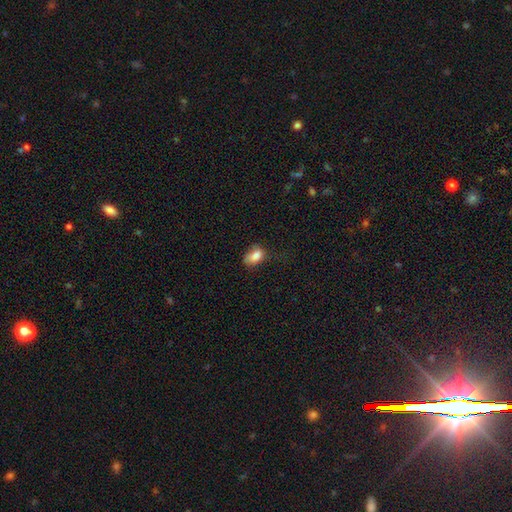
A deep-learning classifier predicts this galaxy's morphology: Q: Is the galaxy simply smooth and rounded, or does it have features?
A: smooth — 83%.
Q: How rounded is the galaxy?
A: in between — 83%.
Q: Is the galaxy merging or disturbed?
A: none — 44%.